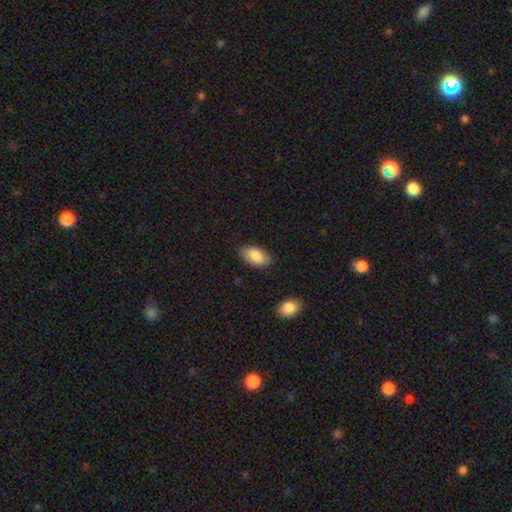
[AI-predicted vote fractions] A smooth galaxy with no disk features (86%) that is in between round and cigar-shaped (94%). Merging: none (84%).